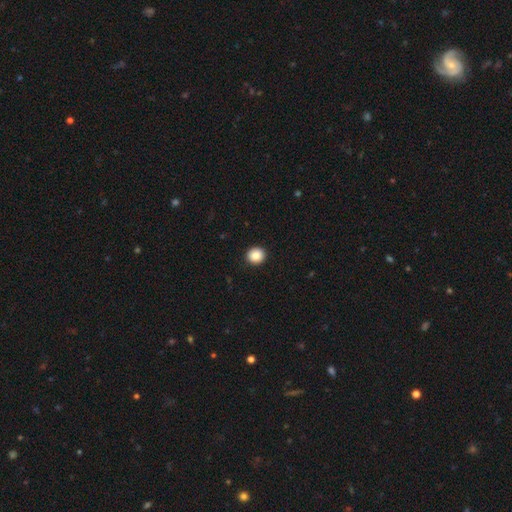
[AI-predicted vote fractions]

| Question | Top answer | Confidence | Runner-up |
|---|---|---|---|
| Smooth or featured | smooth | 85% | star or artifact (9%) |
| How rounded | round | 92% | in between (7%) |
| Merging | none | 93% | minor disturbance (4%) |